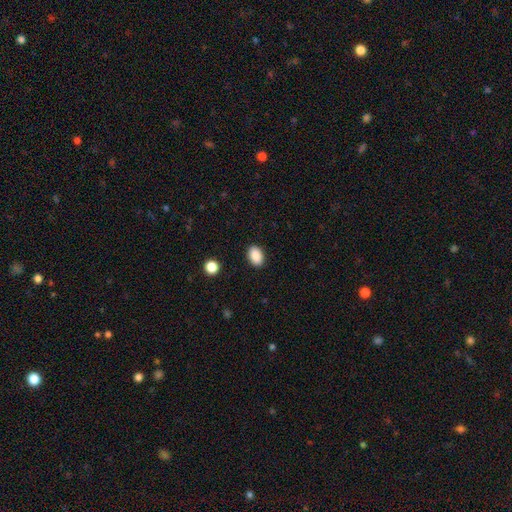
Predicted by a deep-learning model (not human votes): A smooth galaxy with no disk features (89%) that is in between round and cigar-shaped (84%). Merging: none (90%).